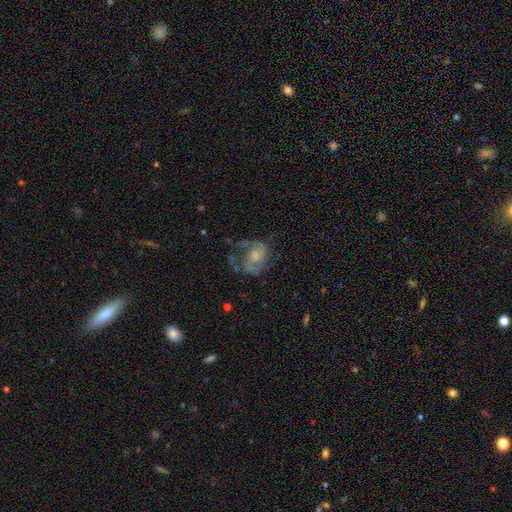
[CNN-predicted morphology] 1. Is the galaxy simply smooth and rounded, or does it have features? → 72% featured or disk, 19% smooth, 8% star or artifact.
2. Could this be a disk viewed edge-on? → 98% no, 2% yes.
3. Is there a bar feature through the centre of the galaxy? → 68% no, 27% weak, 4% strong.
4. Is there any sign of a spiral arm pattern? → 85% yes, 15% no.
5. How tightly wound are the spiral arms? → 48% medium, 27% loose, 25% tight.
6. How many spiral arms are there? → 61% 2, 17% can't tell, 9% 3, 8% 1, 3% 4, 2% more than 4.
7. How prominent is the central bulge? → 42% moderate, 31% small, 15% none, 11% large, 2% dominant.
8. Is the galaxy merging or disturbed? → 48% none, 27% major disturbance, 22% minor disturbance, 3% merger.